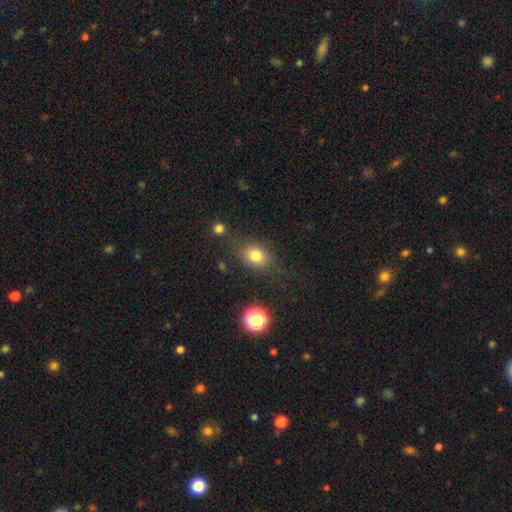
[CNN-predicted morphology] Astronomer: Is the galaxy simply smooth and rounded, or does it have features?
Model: smooth — 80%.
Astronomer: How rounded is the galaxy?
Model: in between — 50% (runner-up: round, 48%).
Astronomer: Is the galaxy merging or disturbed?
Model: none — 77%.